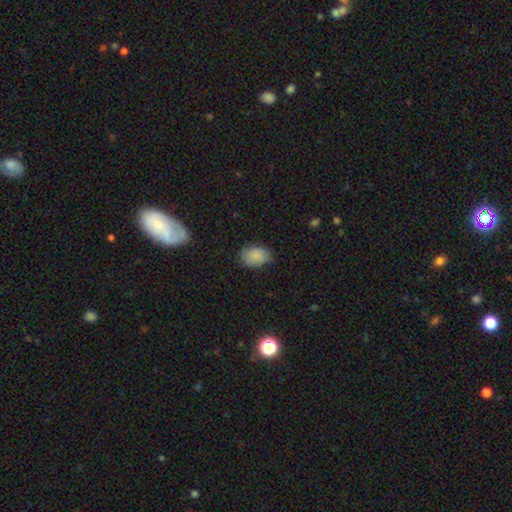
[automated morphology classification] This appears to be a smooth galaxy with no disk features (84%) that is in between round and cigar-shaped (79%). Merging: none (75%).